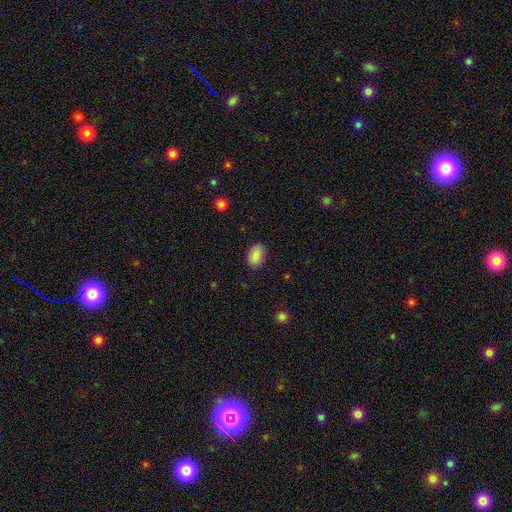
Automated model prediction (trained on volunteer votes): Morphology: type=smooth (87%); roundness=in between (88%); merging=none (87%).